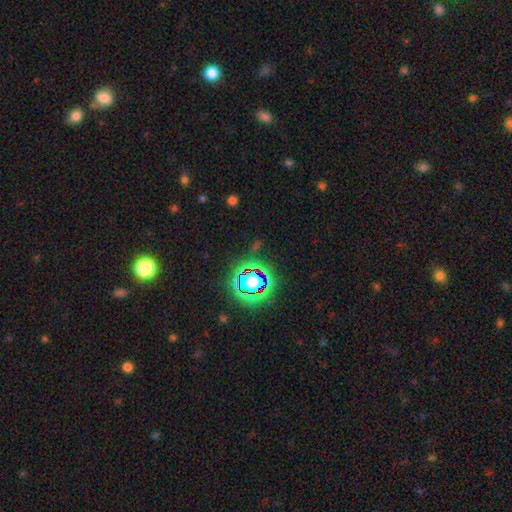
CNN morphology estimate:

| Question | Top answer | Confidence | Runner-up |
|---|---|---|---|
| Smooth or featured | star or artifact | 74% | smooth (18%) |